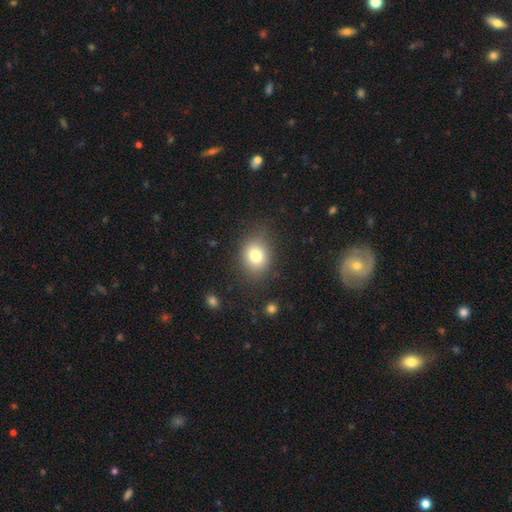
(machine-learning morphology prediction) A smooth galaxy with no disk features (78%) that is round (54%). Merging: none (81%).